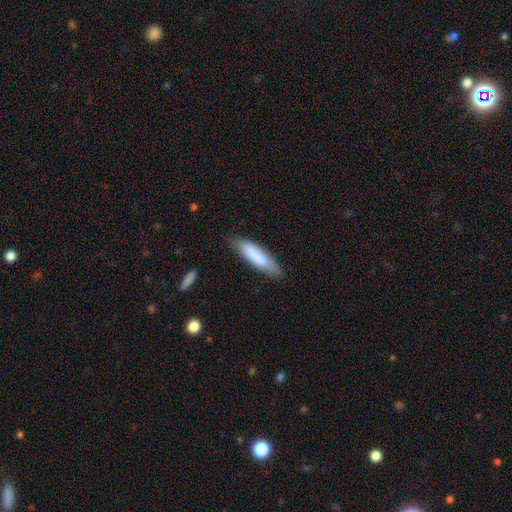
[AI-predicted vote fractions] The model was most divided on "how rounded": cigar-shaped: 68%, in between: 31%, round: 1%. More confident: smooth or featured — smooth (82%); merging — none (79%).